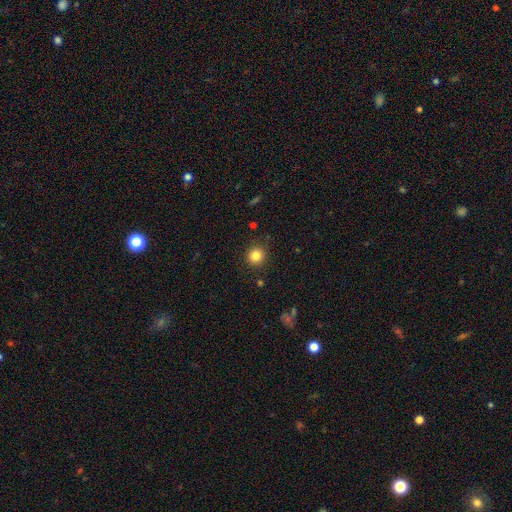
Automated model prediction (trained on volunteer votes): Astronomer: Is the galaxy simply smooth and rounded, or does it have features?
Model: smooth — 83%.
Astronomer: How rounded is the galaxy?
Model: round — 92%.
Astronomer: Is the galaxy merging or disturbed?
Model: none — 89%.